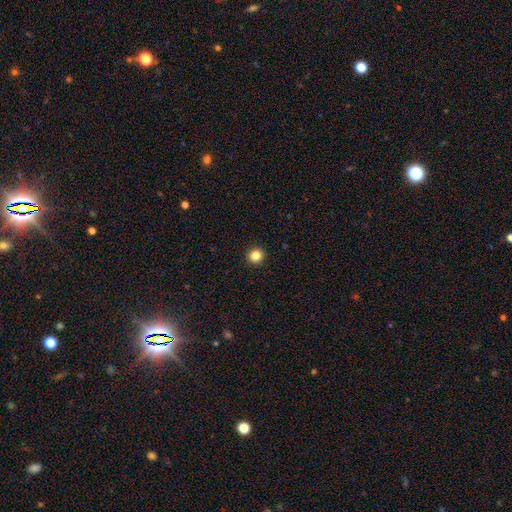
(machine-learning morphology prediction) Q: Smooth or featured?
A: smooth (85%); runner-up: star or artifact (11%)
Q: How rounded?
A: round (95%); runner-up: in between (4%)
Q: Merging?
A: none (93%); runner-up: minor disturbance (4%)